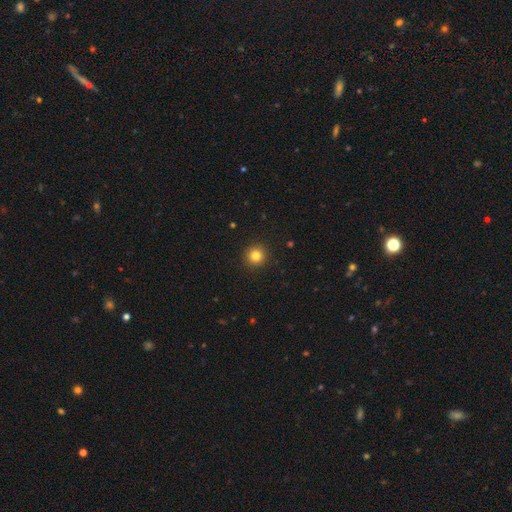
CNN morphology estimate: Smooth or featured?
  - smooth: 82% *
  - star or artifact: 12%
  - featured or disk: 6%
How rounded?
  - round: 95% *
  - in between: 4%
  - cigar-shaped: 1%
Merging?
  - none: 93% *
  - minor disturbance: 4%
  - major disturbance: 2%
  - merger: 1%